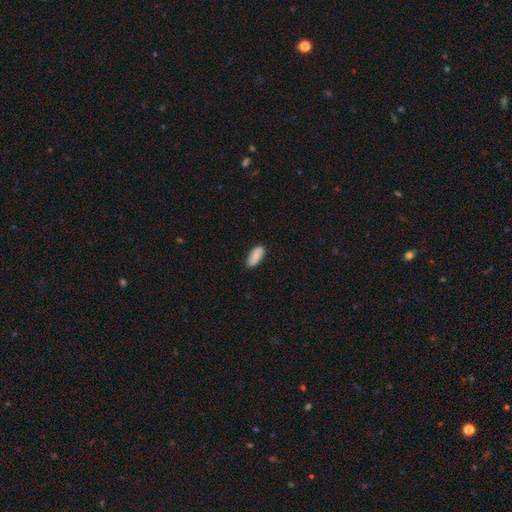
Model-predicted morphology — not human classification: This appears to be a smooth galaxy with no disk features (80%) that is in between round and cigar-shaped (87%). Merging: none (80%).